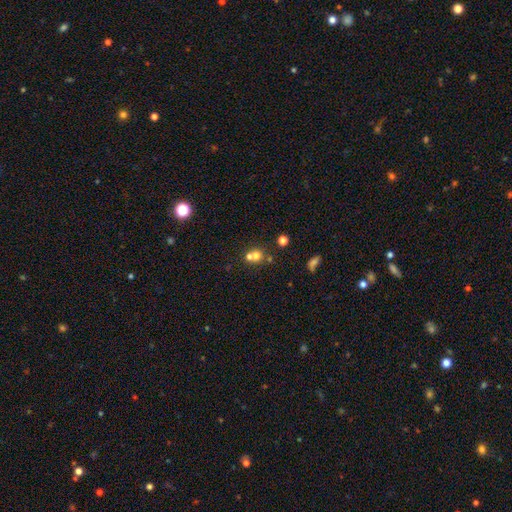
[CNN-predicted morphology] This is likely a smooth galaxy (66%). How rounded: clearly round (83%). Merging: possibly merger (51%).